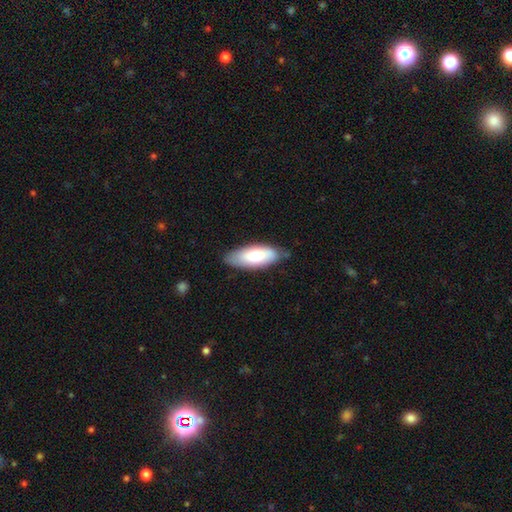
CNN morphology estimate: smooth_or_featured: smooth (p=0.73) [alt: featured or disk p=0.21]
how_rounded: in between (p=0.79) [alt: cigar-shaped p=0.19]
merging: none (p=0.75) [alt: minor disturbance p=0.20]